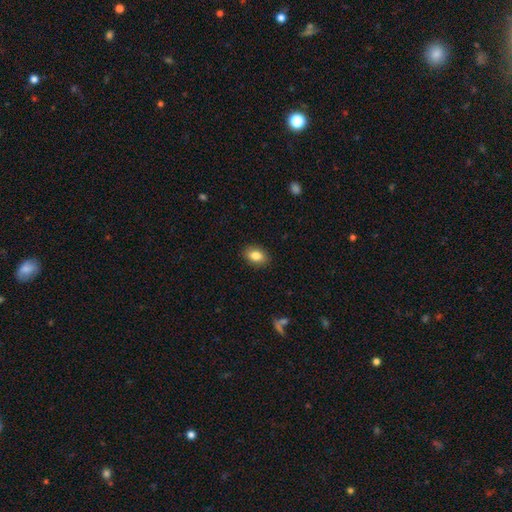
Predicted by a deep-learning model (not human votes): smooth_or_featured: smooth (p=0.84) [alt: star or artifact p=0.08]
how_rounded: in between (p=0.79) [alt: round p=0.19]
merging: none (p=0.89) [alt: minor disturbance p=0.08]